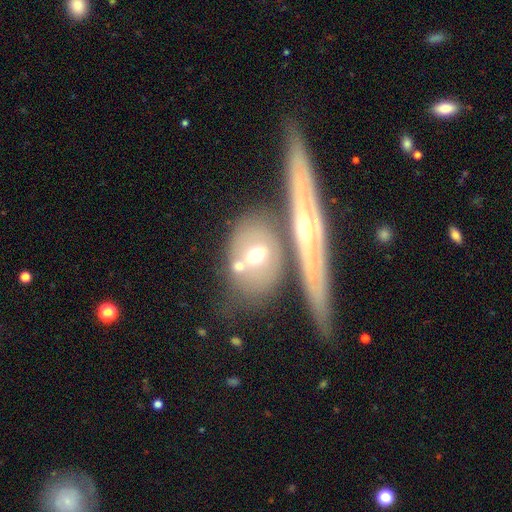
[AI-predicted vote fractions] The model was most divided on "smooth or featured": smooth: 48%, featured or disk: 45%, star or artifact: 7%. More confident: merging — none (55%).